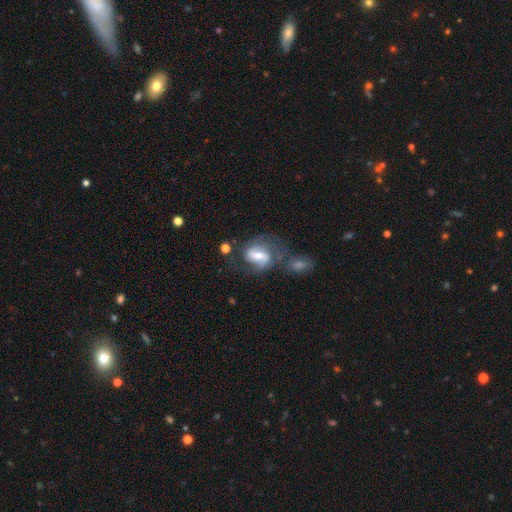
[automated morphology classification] Smooth or featured? Predicted: featured or disk (p=0.74). Edge-on disk? Predicted: no (p=0.97). Bar? Predicted: weak (p=0.46). Spiral arms? Predicted: yes (p=0.88). Spiral winding? Predicted: medium (p=0.49). Spiral arm count? Predicted: 2 (p=0.81). Bulge size? Predicted: moderate (p=0.66). Merging? Predicted: none (p=0.45).